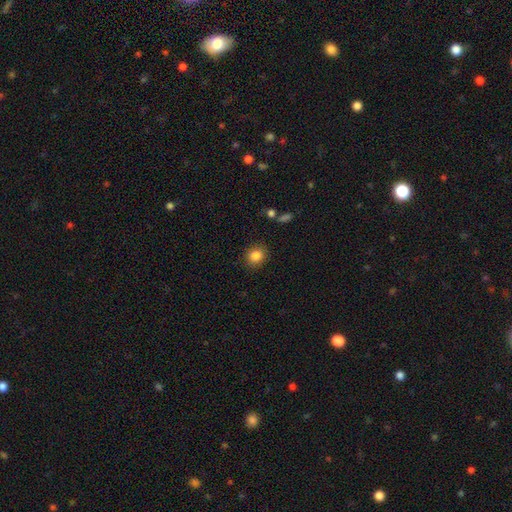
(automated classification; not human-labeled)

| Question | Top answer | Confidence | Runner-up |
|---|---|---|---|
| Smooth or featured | smooth | 85% | star or artifact (10%) |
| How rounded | round | 79% | in between (20%) |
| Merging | none | 87% | minor disturbance (8%) |